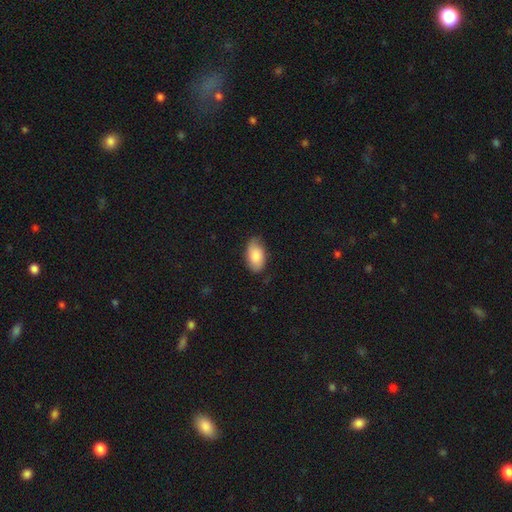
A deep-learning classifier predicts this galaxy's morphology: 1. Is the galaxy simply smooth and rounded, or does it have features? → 83% smooth, 10% featured or disk, 6% star or artifact.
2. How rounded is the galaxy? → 94% in between, 4% round, 2% cigar-shaped.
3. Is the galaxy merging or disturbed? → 77% none, 19% minor disturbance, 3% major disturbance, 1% merger.